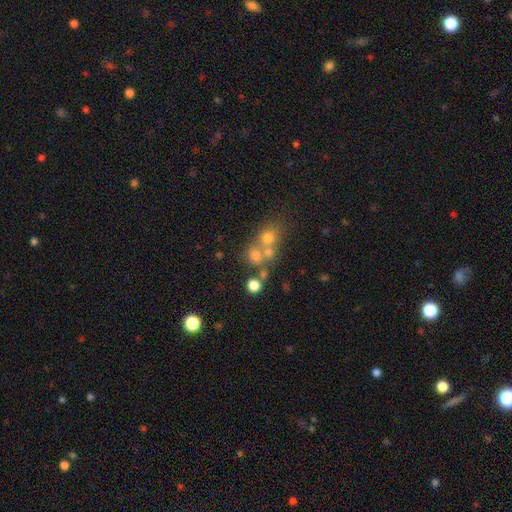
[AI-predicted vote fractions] smooth_or_featured: smooth (p=0.63) [alt: featured or disk p=0.19]
how_rounded: round (p=0.76) [alt: in between p=0.23]
merging: merger (p=0.44) [alt: none p=0.42]